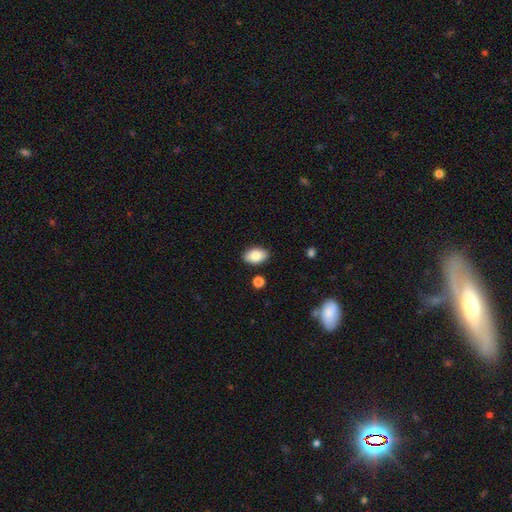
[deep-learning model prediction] Smooth or featured? smooth (83%)
How rounded? in between (91%)
Merging? none (87%)